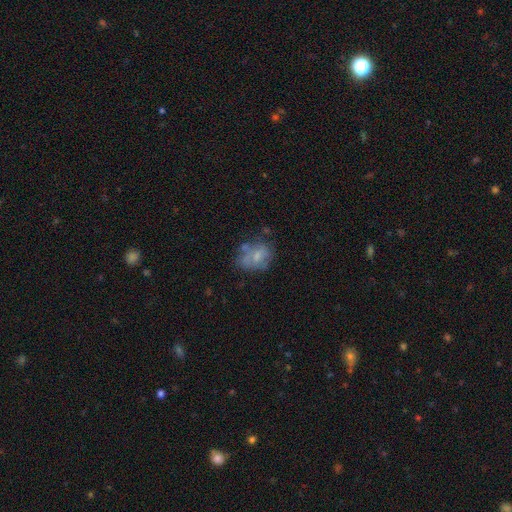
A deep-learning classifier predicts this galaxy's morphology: smooth-or-featured: smooth: 49% | featured or disk: 41% | star or artifact: 10%
  merging: none: 47% | minor disturbance: 25% | major disturbance: 16% | merger: 12%